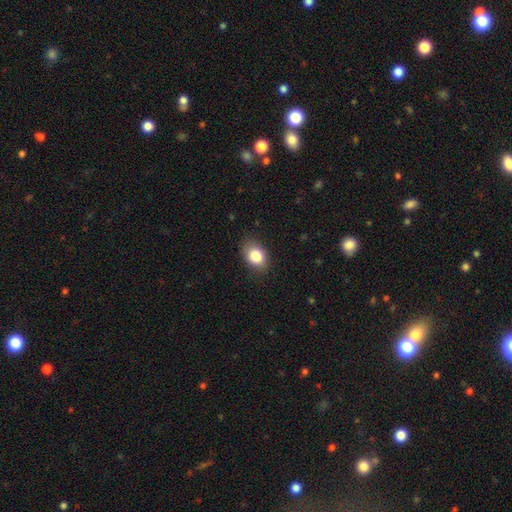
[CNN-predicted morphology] Overall: smooth (84%). How rounded: in between (73%). Merging: none (78%).